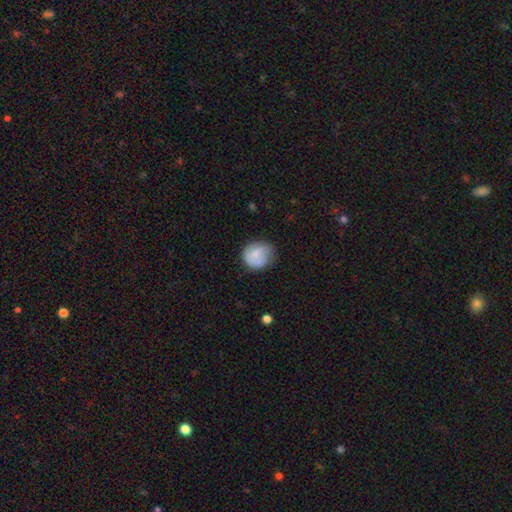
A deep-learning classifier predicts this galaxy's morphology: This is likely a smooth galaxy (78%). How rounded: clearly round (80%). Merging: likely none (64%).